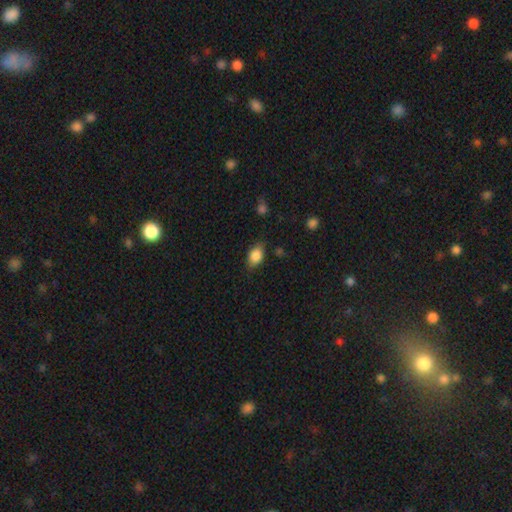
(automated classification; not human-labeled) Smooth or featured? smooth (85%)
How rounded? in between (82%)
Merging? none (76%)